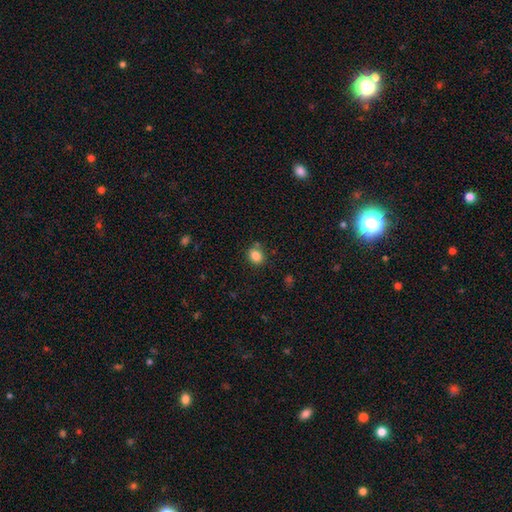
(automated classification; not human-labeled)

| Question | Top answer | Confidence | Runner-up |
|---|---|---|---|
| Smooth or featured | smooth | 84% | star or artifact (11%) |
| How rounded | round | 59% | in between (40%) |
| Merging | none | 79% | minor disturbance (12%) |